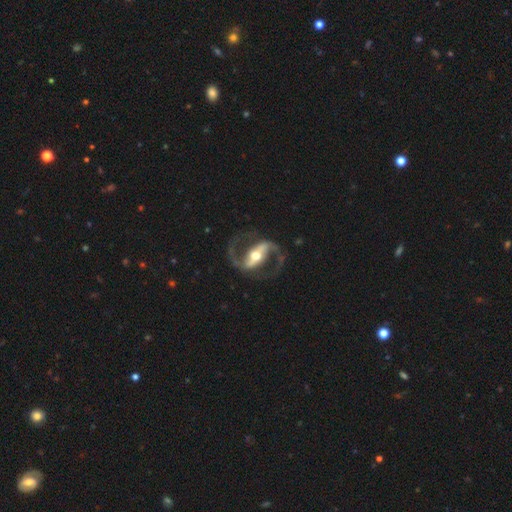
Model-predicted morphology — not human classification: smooth-or-featured: featured or disk: 92% | smooth: 4% | star or artifact: 4%
  disk-edge-on: no: 96% | yes: 4%
    bar: strong: 64% | weak: 25% | no: 11%
    has-spiral-arms: yes: 96% | no: 4%
      spiral-winding: medium: 52% | loose: 38% | tight: 10%
      spiral-arm-count: 2: 94% | can't tell: 2% | 1: 2% | 3: 1% | 4: 1% | more than 4: 1%
    bulge-size: moderate: 69% | small: 17% | large: 12% | dominant: 1% | none: 1%
  merging: none: 80% | minor disturbance: 10% | major disturbance: 8% | merger: 2%